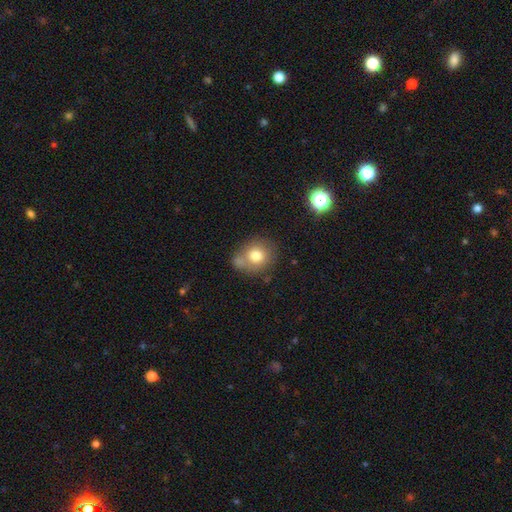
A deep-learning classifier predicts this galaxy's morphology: Smooth or featured? Predicted: smooth (p=0.76). How rounded? Predicted: round (p=0.73). Merging? Predicted: none (p=0.55).